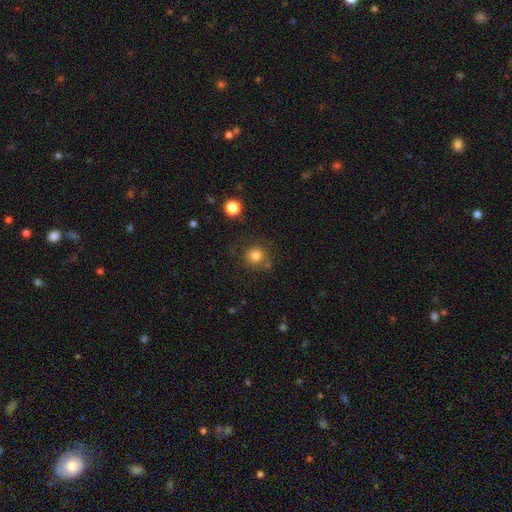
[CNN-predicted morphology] Smooth or featured?
  - smooth: 81% *
  - star or artifact: 12%
  - featured or disk: 7%
How rounded?
  - round: 90% *
  - in between: 9%
  - cigar-shaped: 1%
Merging?
  - none: 74% *
  - minor disturbance: 14%
  - merger: 6%
  - major disturbance: 5%